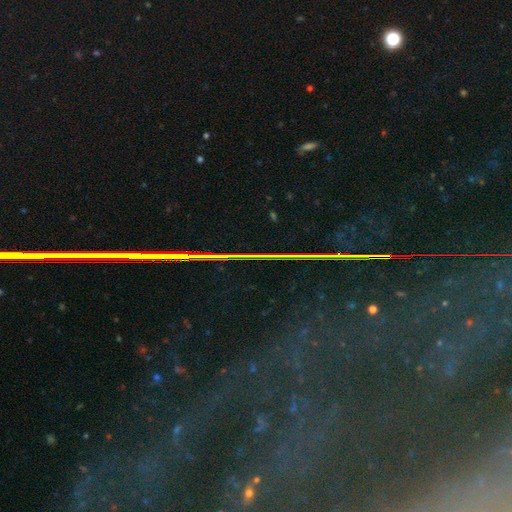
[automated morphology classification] A star or artifact, not a galaxy (82%).